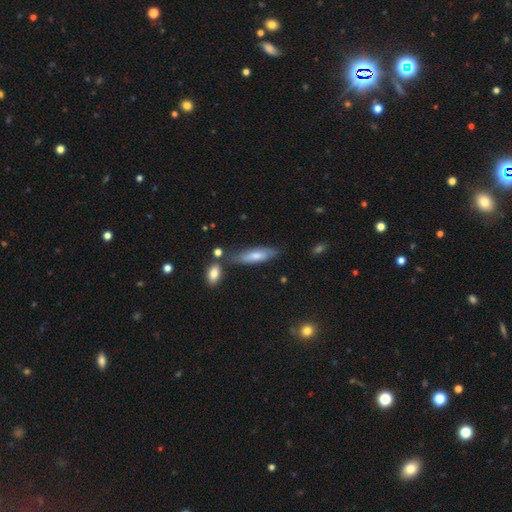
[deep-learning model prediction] smooth_or_featured: smooth (p=0.69) [alt: featured or disk p=0.25]
how_rounded: cigar-shaped (p=0.59) [alt: in between p=0.39]
merging: none (p=0.69) [alt: minor disturbance p=0.18]